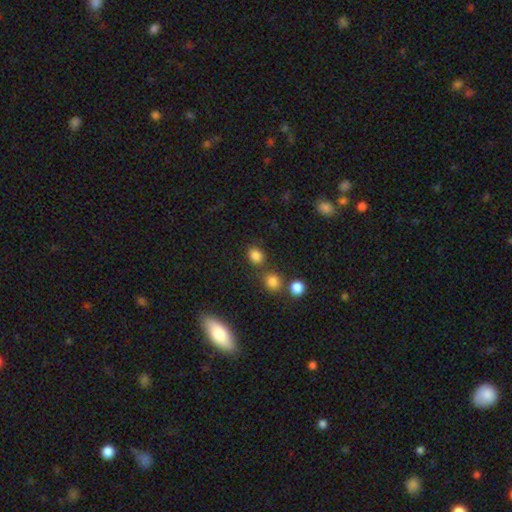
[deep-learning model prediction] This appears to be a smooth galaxy with no disk features (82%) that is round (55%). Merging: none (73%).